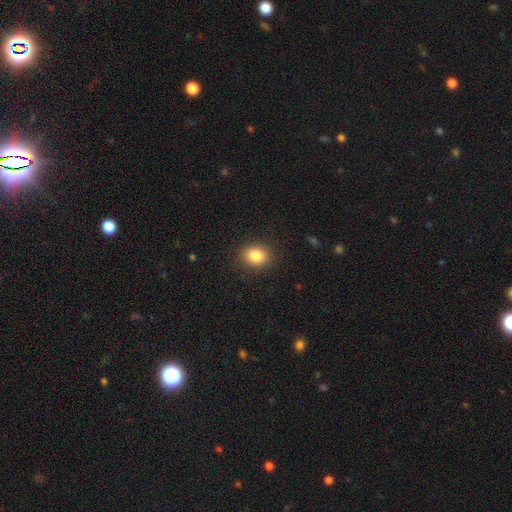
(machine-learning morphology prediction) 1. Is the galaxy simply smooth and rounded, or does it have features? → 85% smooth, 10% star or artifact, 6% featured or disk.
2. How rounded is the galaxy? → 57% round, 42% in between, 1% cigar-shaped.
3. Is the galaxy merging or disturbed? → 89% none, 8% minor disturbance, 3% major disturbance, 1% merger.